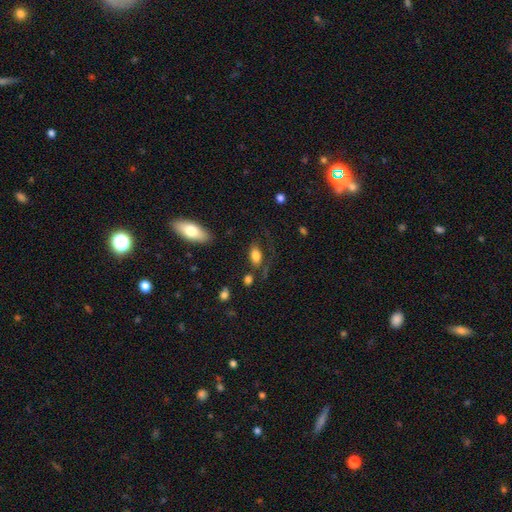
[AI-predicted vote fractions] Smooth or featured: smooth — 80% (featured or disk — 11%)
How rounded: in between — 89% (round — 7%)
Merging: none — 63% (minor disturbance — 19%)